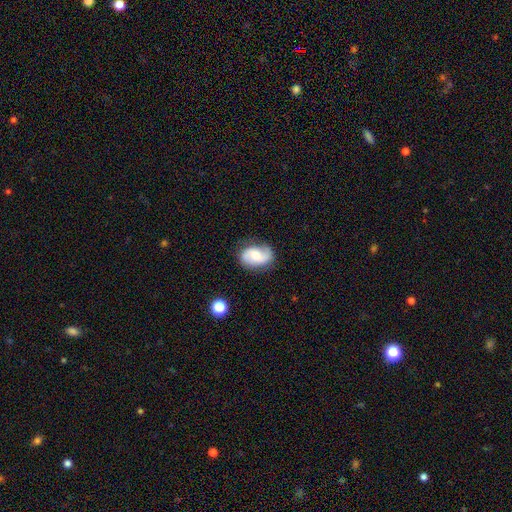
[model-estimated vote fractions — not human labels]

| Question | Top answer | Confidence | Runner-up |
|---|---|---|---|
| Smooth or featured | featured or disk | 67% | smooth (25%) |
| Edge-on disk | no | 98% | yes (2%) |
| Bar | no | 52% | weak (39%) |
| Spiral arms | yes | 94% | no (6%) |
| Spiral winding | loose | 45% | medium (40%) |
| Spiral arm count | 2 | 88% | 1 (4%) |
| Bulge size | moderate | 46% | small (30%) |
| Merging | none | 76% | minor disturbance (17%) |